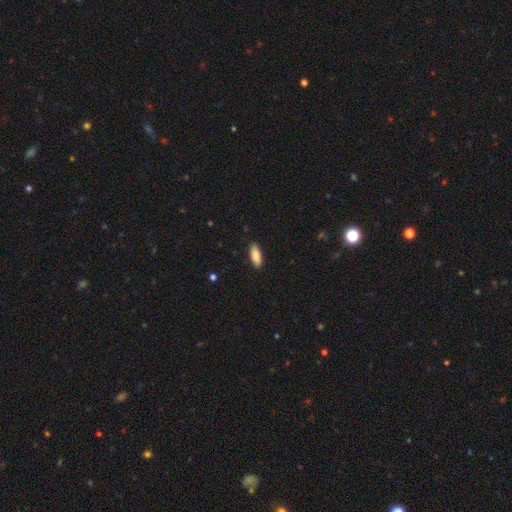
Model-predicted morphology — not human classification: type=smooth (88%); roundness=in between (67%); merging=none (88%).